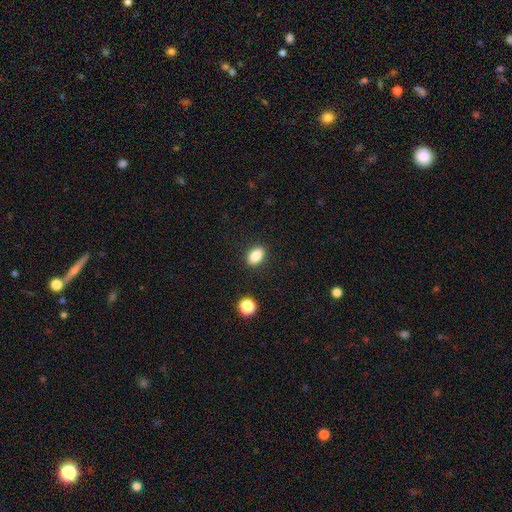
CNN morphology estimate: A smooth galaxy with no disk features (85%) that is in between round and cigar-shaped (84%). Merging: none (88%).